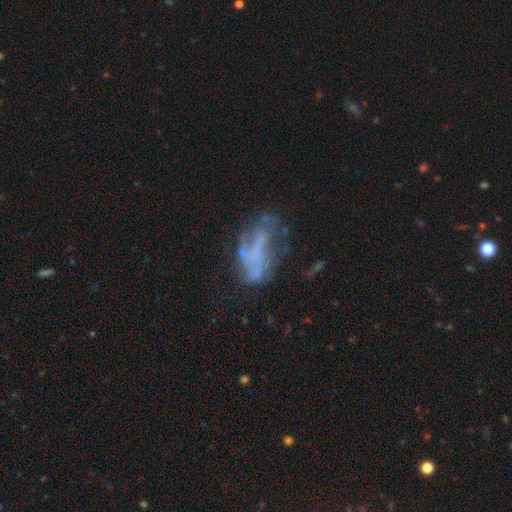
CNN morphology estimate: smooth-or-featured: featured or disk: 61% | smooth: 25% | star or artifact: 14%
  disk-edge-on: no: 94% | yes: 6%
    bar: no: 71% | weak: 18% | strong: 10%
    has-spiral-arms: no: 61% | yes: 39%
    bulge-size: none: 78% | small: 12% | moderate: 6% | large: 2% | dominant: 1%
  merging: none: 40% | major disturbance: 32% | minor disturbance: 22% | merger: 6%